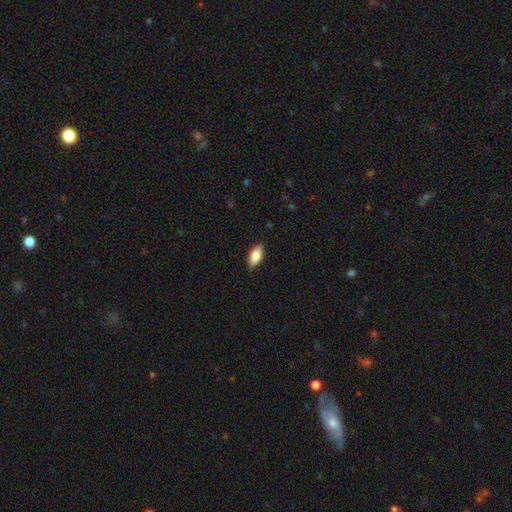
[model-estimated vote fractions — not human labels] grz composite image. It shows a smooth galaxy with no disk features (83%) that is in between round and cigar-shaped (90%). Merging: none (88%).